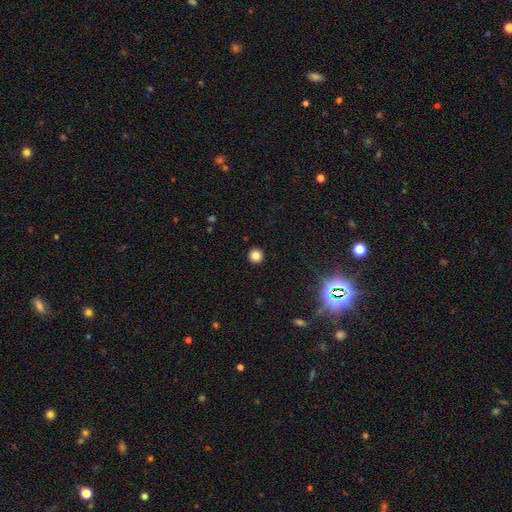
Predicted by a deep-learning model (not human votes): This appears to be a smooth galaxy with no disk features (83%) that is round (96%). Merging: none (94%).